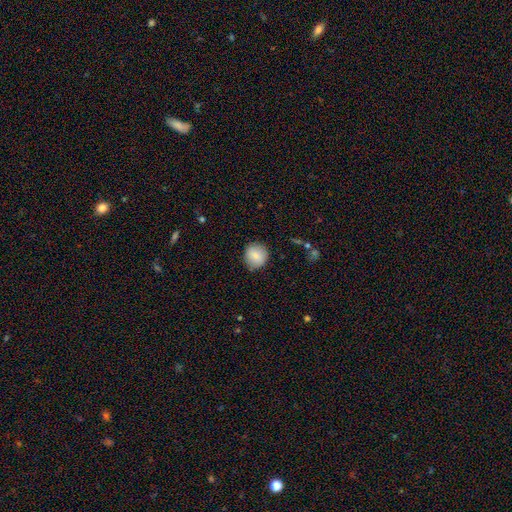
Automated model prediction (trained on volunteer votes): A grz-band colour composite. It shows a smooth galaxy with no disk features (83%) that is round (89%). Merging: none (84%).